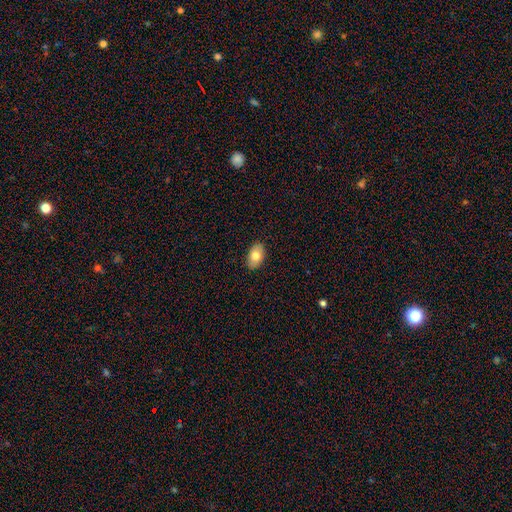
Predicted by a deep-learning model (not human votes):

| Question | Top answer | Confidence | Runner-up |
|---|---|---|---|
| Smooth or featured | smooth | 77% | featured or disk (16%) |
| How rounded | in between | 92% | round (7%) |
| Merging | none | 88% | minor disturbance (9%) |